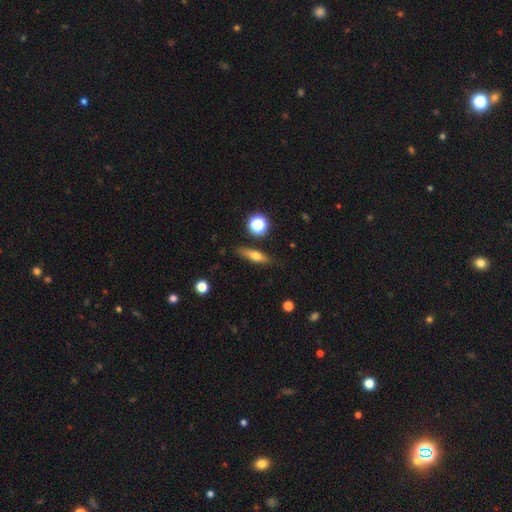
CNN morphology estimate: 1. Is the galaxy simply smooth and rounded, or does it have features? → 54% smooth, 37% featured or disk, 9% star or artifact.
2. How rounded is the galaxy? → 60% cigar-shaped, 33% in between, 8% round.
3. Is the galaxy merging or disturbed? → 82% none, 12% minor disturbance, 3% major disturbance, 3% merger.